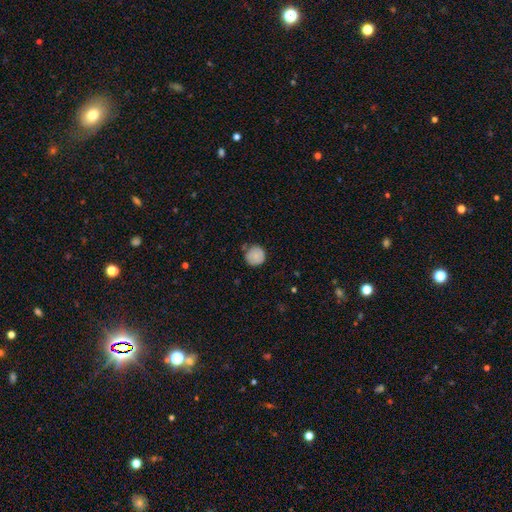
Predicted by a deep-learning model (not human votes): Morphology: type=smooth (83%); roundness=round (92%); merging=none (73%).